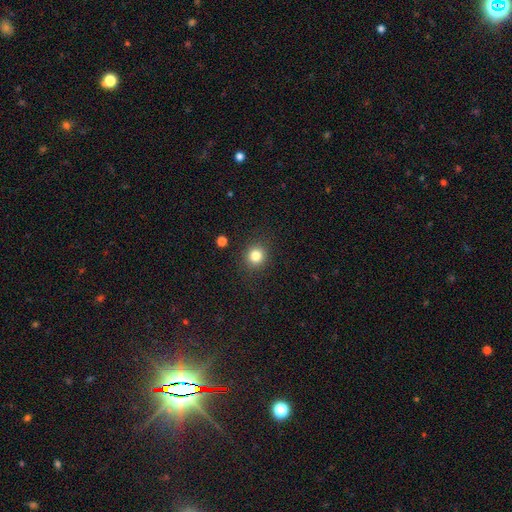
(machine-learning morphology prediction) Q: Smooth or featured?
A: smooth (82%); runner-up: star or artifact (12%)
Q: How rounded?
A: round (88%); runner-up: in between (11%)
Q: Merging?
A: none (88%); runner-up: minor disturbance (7%)